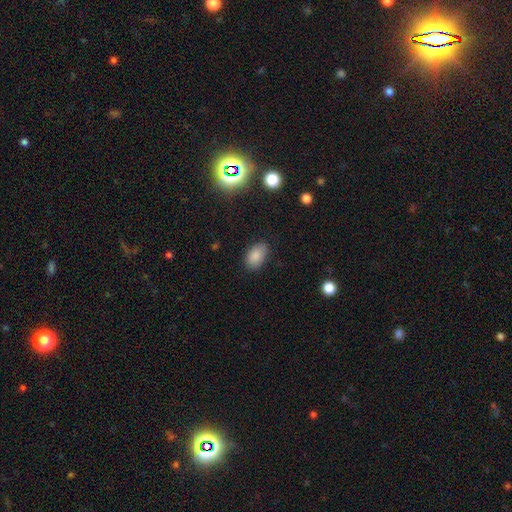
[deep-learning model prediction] smooth-or-featured: smooth: 85% | star or artifact: 9% | featured or disk: 5%
  how-rounded: in between: 90% | round: 8% | cigar-shaped: 1%
  merging: none: 83% | minor disturbance: 12% | major disturbance: 3% | merger: 1%